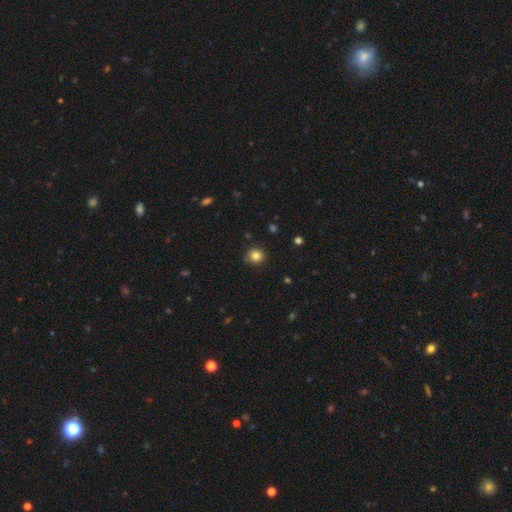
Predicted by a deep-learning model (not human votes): smooth 83%, star or artifact 11%, featured or disk 5%. Down the decision tree: how rounded — round (86%); merging — none (85%).